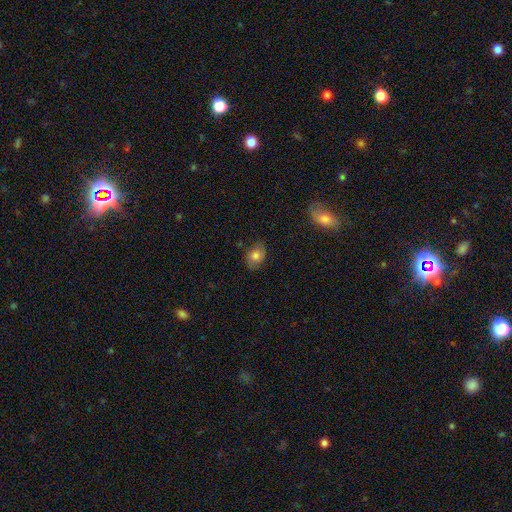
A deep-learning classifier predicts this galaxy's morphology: smooth-or-featured: smooth: 74% | featured or disk: 16% | star or artifact: 9%
  how-rounded: in between: 72% | round: 27% | cigar-shaped: 1%
  merging: none: 73% | minor disturbance: 21% | major disturbance: 5% | merger: 1%